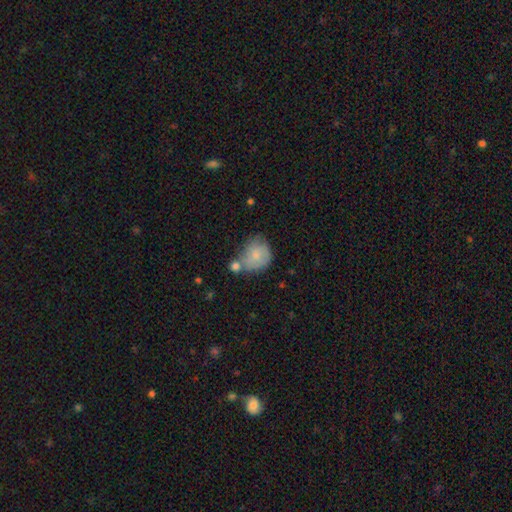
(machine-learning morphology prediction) smooth_or_featured: smooth (p=0.73) [alt: featured or disk p=0.19]
how_rounded: round (p=0.65) [alt: in between p=0.34]
merging: none (p=0.39) [alt: merger p=0.26]